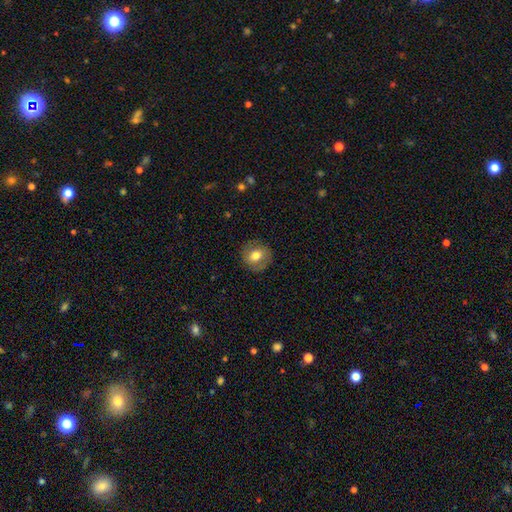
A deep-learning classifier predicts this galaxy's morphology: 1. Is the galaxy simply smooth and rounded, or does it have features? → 62% smooth, 30% featured or disk, 8% star or artifact.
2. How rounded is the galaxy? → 85% round, 14% in between, 1% cigar-shaped.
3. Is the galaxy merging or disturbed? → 84% none, 11% minor disturbance, 4% major disturbance, 1% merger.